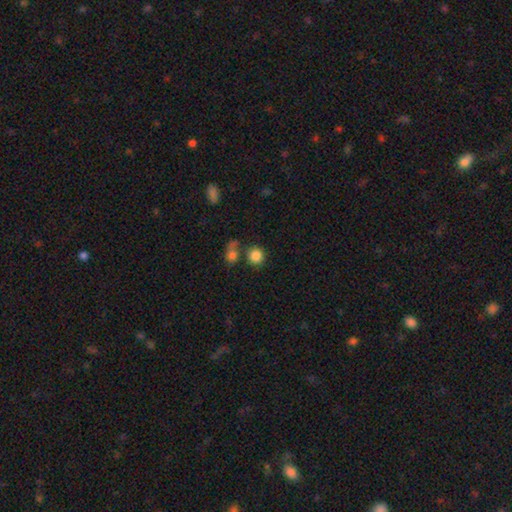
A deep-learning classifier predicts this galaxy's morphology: A smooth galaxy with no disk features (84%) that is round (88%). Merging: none (64%).